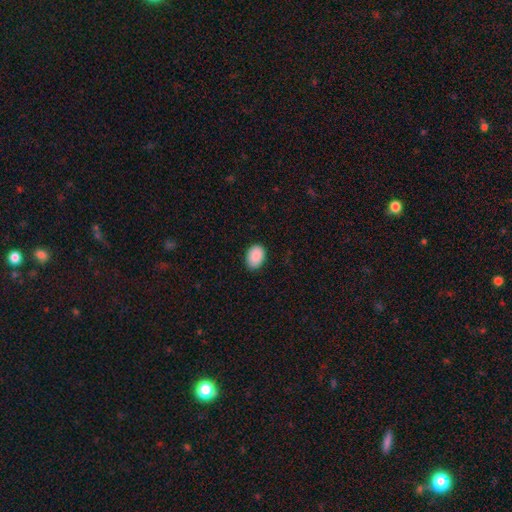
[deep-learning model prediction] Smooth or featured?
  - smooth: 90% *
  - star or artifact: 7%
  - featured or disk: 3%
How rounded?
  - in between: 78% *
  - round: 21%
  - cigar-shaped: 1%
Merging?
  - none: 84% *
  - minor disturbance: 13%
  - major disturbance: 2%
  - merger: 1%